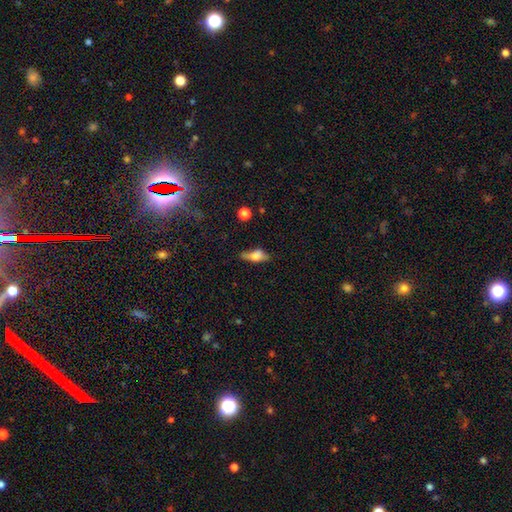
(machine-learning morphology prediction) type=smooth (60%); roundness=in between (67%); merging=none (59%).